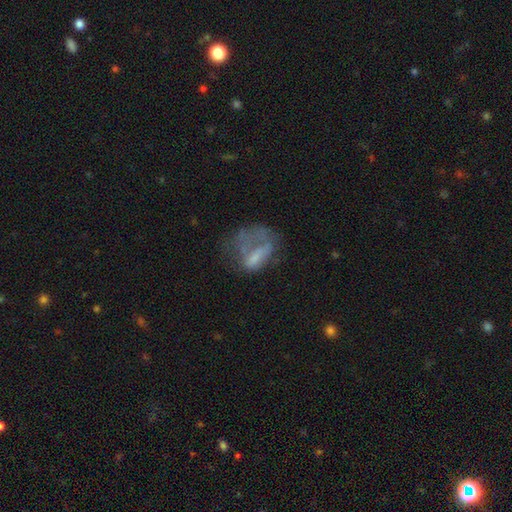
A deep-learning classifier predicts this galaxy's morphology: The model was most divided on "smooth or featured": smooth: 46%, featured or disk: 42%, star or artifact: 13%. More confident: merging — major disturbance (53%).